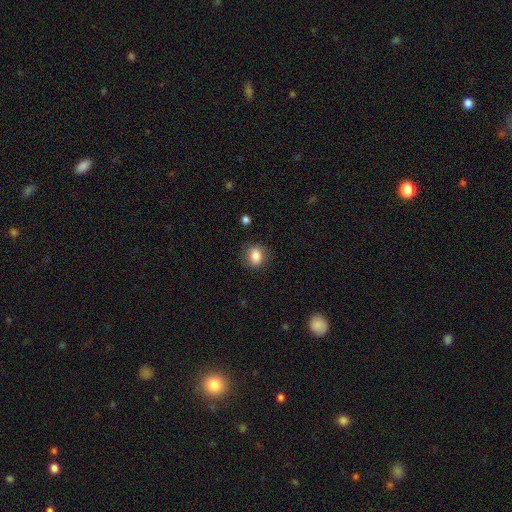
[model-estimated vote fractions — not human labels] A smooth galaxy with no disk features (84%) that is round (59%).

Vote fractions:
- Smooth or featured? smooth: 84% / star or artifact: 9% / featured or disk: 7%
- How rounded? round: 59% / in between: 40% / cigar-shaped: 1%
- Merging? none: 83% / minor disturbance: 12% / major disturbance: 4% / merger: 1%